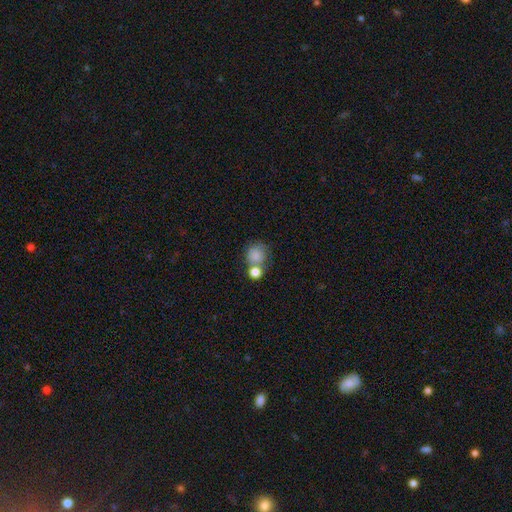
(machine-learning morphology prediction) A smooth galaxy with no disk features (80%) that is round (81%).

Vote fractions:
- Smooth or featured? smooth: 80% / star or artifact: 10% / featured or disk: 10%
- How rounded? round: 81% / in between: 18% / cigar-shaped: 1%
- Merging? none: 45% / merger: 36% / minor disturbance: 13% / major disturbance: 6%